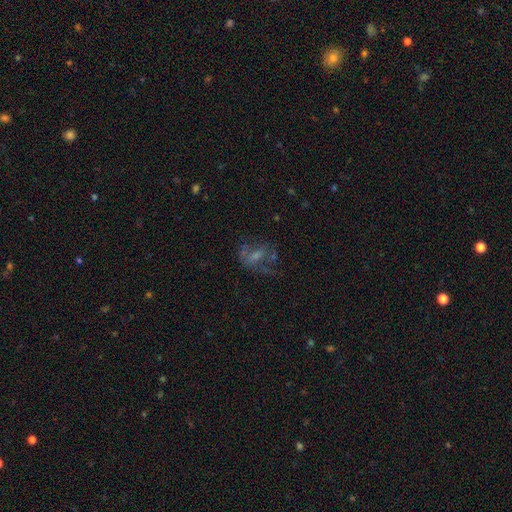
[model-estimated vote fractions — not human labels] Smooth or featured? Predicted: featured or disk (p=0.52). Edge-on disk? Predicted: no (p=0.95). Merging? Predicted: none (p=0.47).